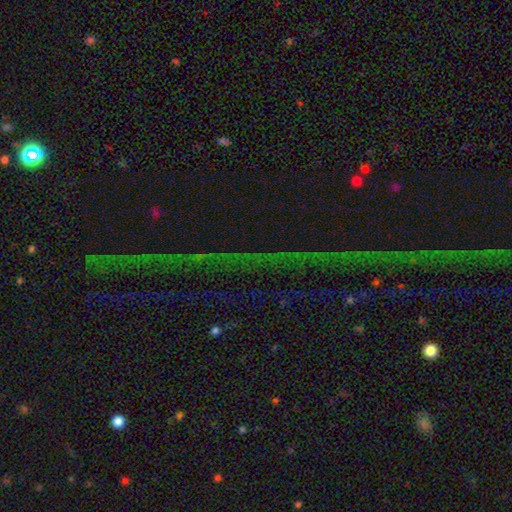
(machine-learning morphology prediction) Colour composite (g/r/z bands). It shows a star or artifact, not a galaxy (78%).